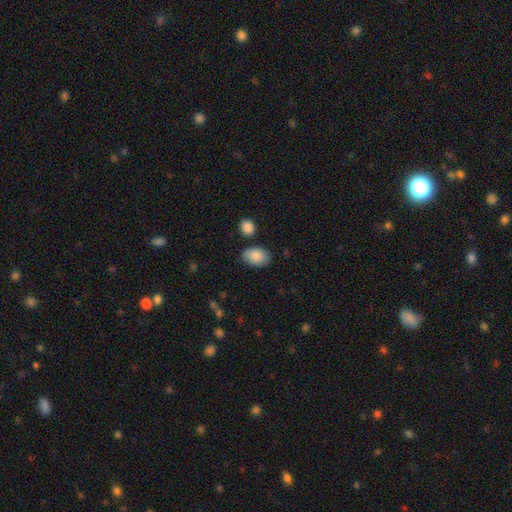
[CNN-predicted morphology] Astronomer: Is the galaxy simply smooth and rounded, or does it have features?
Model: smooth — 87%.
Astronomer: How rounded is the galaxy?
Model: in between — 87%.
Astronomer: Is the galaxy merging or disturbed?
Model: none — 80%.